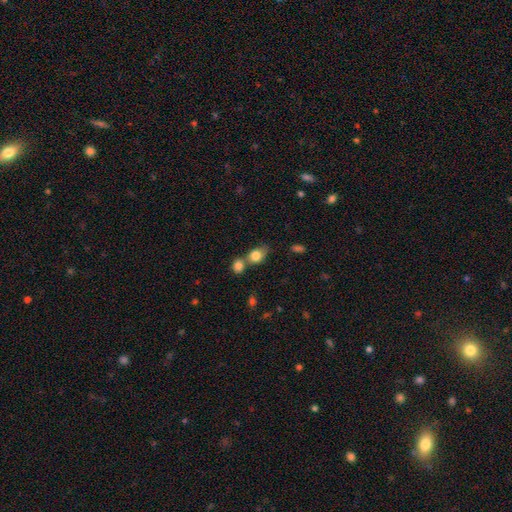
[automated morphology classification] This appears to be a smooth galaxy with no disk features (83%) that is in between round and cigar-shaped (61%). Merging: merger (44%).